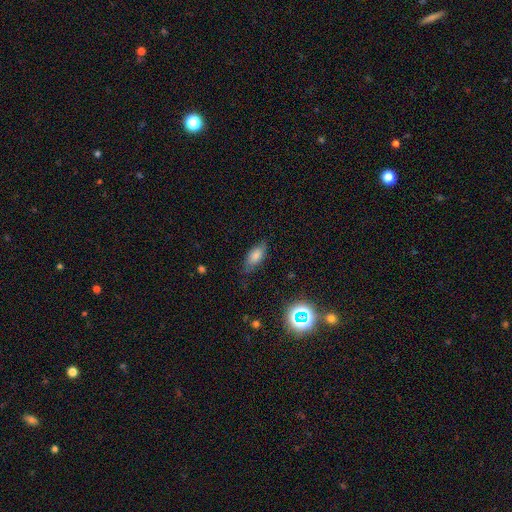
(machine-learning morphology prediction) Overall: smooth (75%). How rounded: in between (83%). Merging: none (71%).